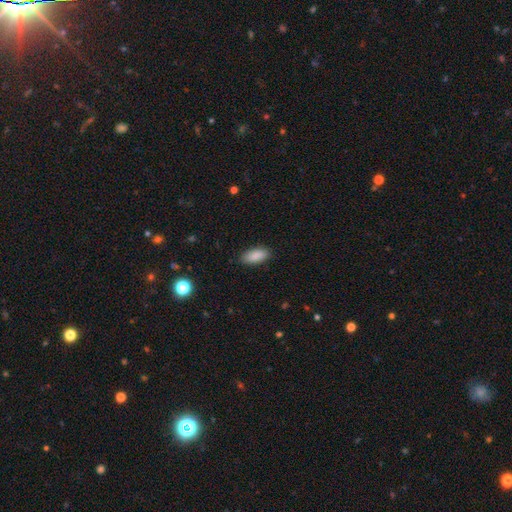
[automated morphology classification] Smooth or featured? Predicted: smooth (p=0.90). How rounded? Predicted: in between (p=0.88). Merging? Predicted: none (p=0.88).